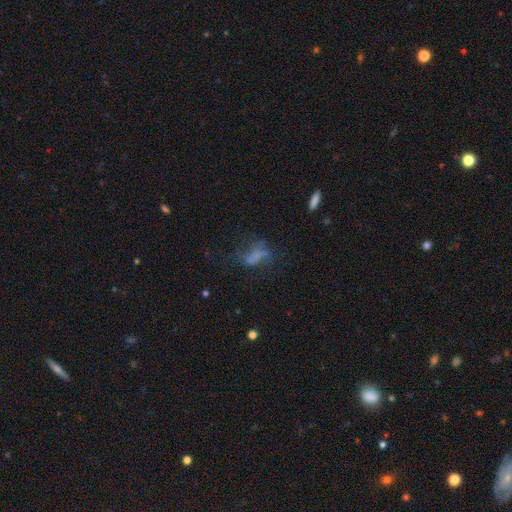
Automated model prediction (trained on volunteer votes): This is marginally a featured or disk galaxy (44%). Merging: marginally none (39%).